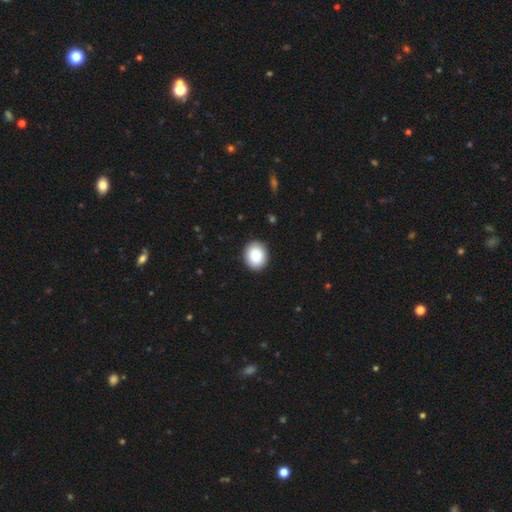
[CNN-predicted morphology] Smooth or featured? Predicted: smooth (p=0.88). How rounded? Predicted: round (p=0.61). Merging? Predicted: none (p=0.90).